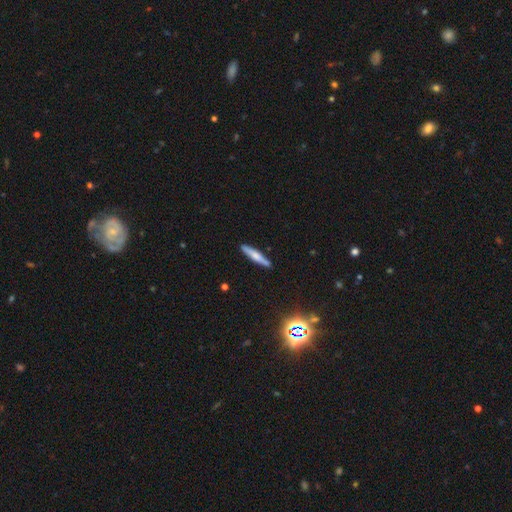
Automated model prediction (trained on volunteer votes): smooth-or-featured: smooth: 58% | featured or disk: 35% | star or artifact: 7%
  how-rounded: cigar-shaped: 90% | in between: 8% | round: 2%
  merging: none: 89% | minor disturbance: 8% | merger: 2% | major disturbance: 2%